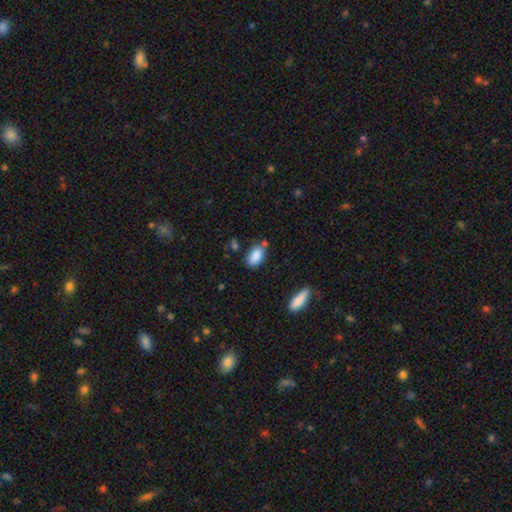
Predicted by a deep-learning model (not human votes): Smooth or featured?
  - smooth: 87% *
  - star or artifact: 7%
  - featured or disk: 5%
How rounded?
  - in between: 92% *
  - round: 5%
  - cigar-shaped: 3%
Merging?
  - none: 72% *
  - minor disturbance: 16%
  - merger: 8%
  - major disturbance: 4%